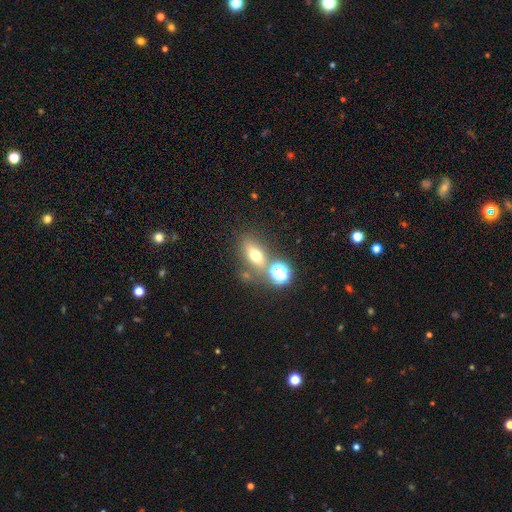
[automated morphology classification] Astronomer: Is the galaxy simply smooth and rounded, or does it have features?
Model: smooth — 61%.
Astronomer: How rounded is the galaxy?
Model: in between — 64%.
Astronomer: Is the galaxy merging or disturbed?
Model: none — 60%.